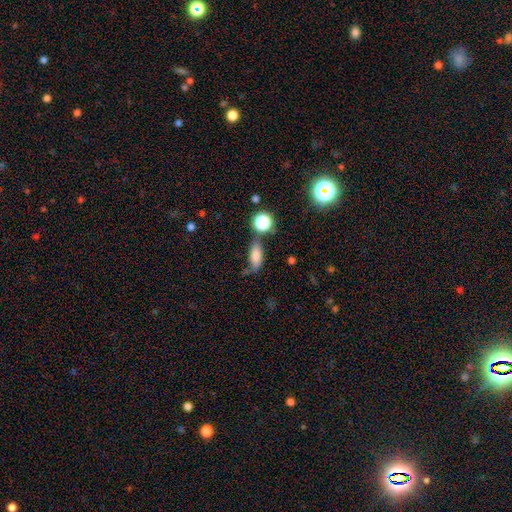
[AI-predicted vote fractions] smooth 77%, featured or disk 12%, star or artifact 11%. Down the decision tree: how rounded — in between (76%); merging — none (56%).